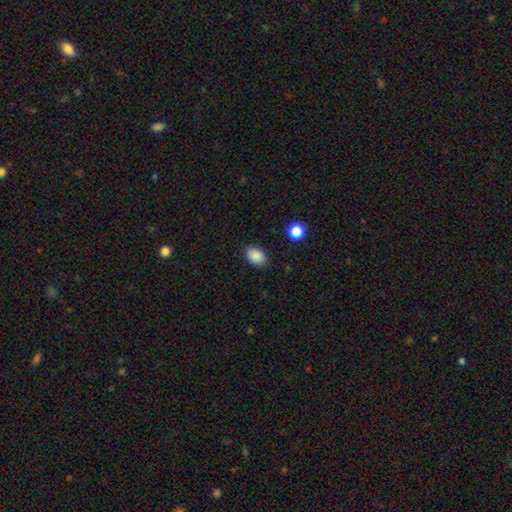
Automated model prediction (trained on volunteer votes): Smooth or featured? Predicted: smooth (p=0.88). How rounded? Predicted: in between (p=0.81). Merging? Predicted: none (p=0.87).